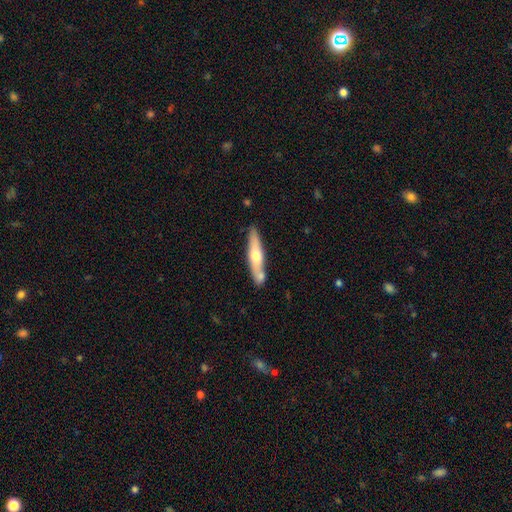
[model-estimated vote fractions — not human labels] This is possibly a smooth galaxy (49%). Merging: likely none (67%).